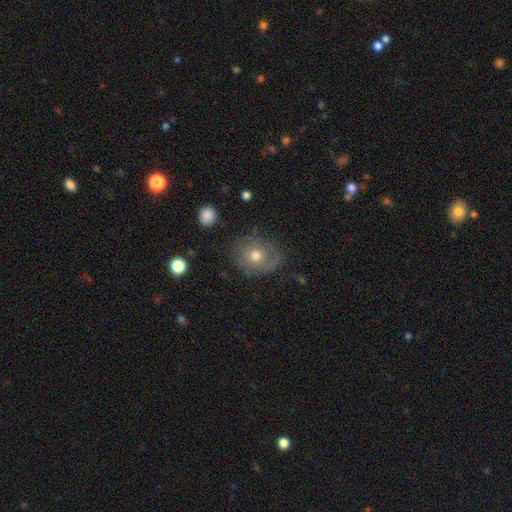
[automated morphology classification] Smooth or featured? smooth (55%)
How rounded? round (71%)
Merging? none (68%)